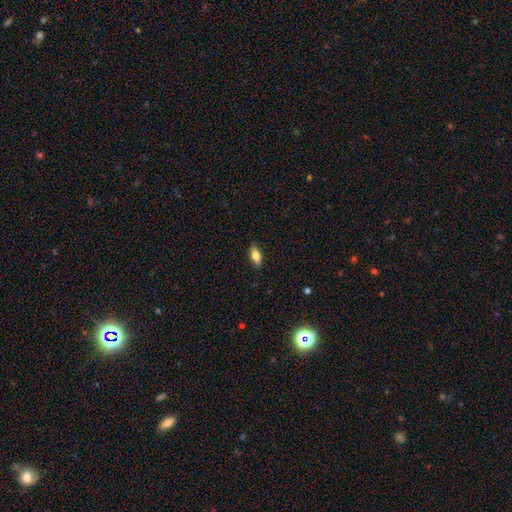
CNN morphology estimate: Smooth or featured: smooth — 77% (featured or disk — 15%)
How rounded: in between — 82% (cigar-shaped — 15%)
Merging: none — 85% (minor disturbance — 12%)